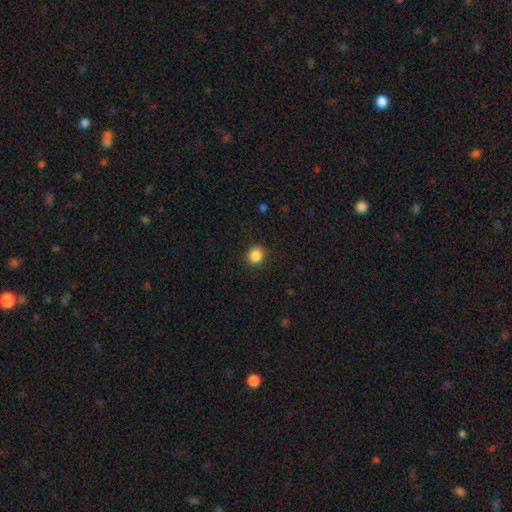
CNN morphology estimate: smooth_or_featured: smooth (p=0.86) [alt: star or artifact p=0.10]
how_rounded: round (p=0.78) [alt: in between p=0.21]
merging: none (p=0.90) [alt: minor disturbance p=0.07]